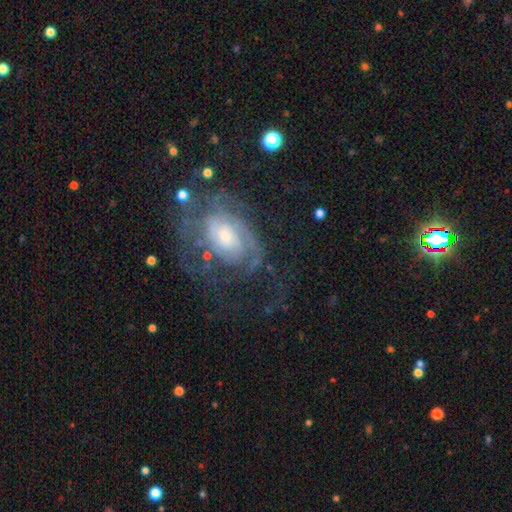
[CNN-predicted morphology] smooth_or_featured: featured or disk (p=0.78) [alt: smooth p=0.12]
disk_edge_on: no (p=0.96) [alt: yes p=0.04]
bar: no (p=0.61) [alt: weak p=0.32]
has_spiral_arms: yes (p=0.87) [alt: no p=0.13]
spiral_winding: tight (p=0.52) [alt: medium p=0.35]
spiral_arm_count: can't tell (p=0.43) [alt: 2 p=0.28]
bulge_size: moderate (p=0.45) [alt: small p=0.40]
merging: none (p=0.57) [alt: major disturbance p=0.22]